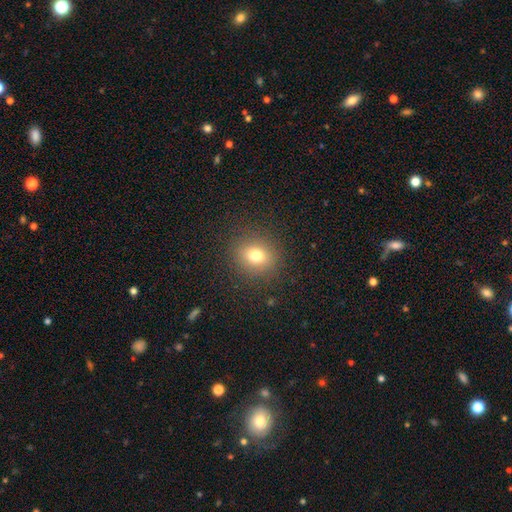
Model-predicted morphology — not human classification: This is likely a smooth galaxy (77%). How rounded: likely round (74%). Merging: clearly none (88%).